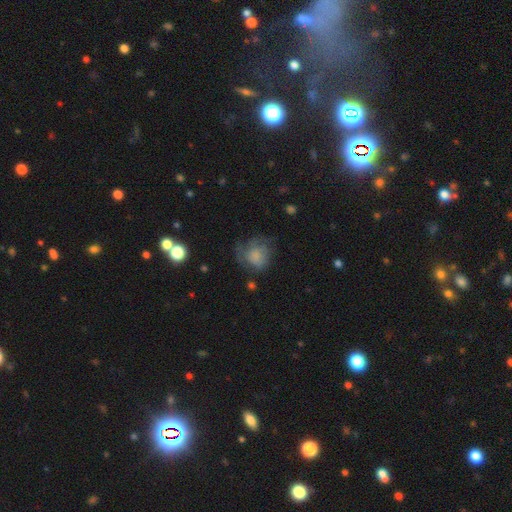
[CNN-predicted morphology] smooth_or_featured: smooth (p=0.66) [alt: featured or disk p=0.24]
how_rounded: round (p=0.74) [alt: in between p=0.25]
merging: none (p=0.44) [alt: minor disturbance p=0.29]